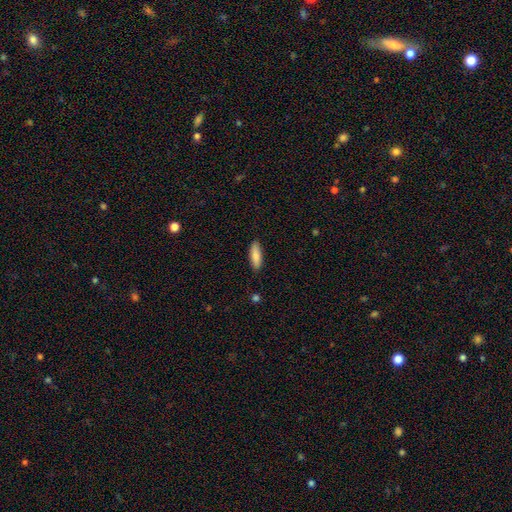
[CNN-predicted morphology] smooth_or_featured: smooth (p=0.85) [alt: featured or disk p=0.09]
how_rounded: in between (p=0.57) [alt: cigar-shaped p=0.41]
merging: none (p=0.88) [alt: minor disturbance p=0.09]